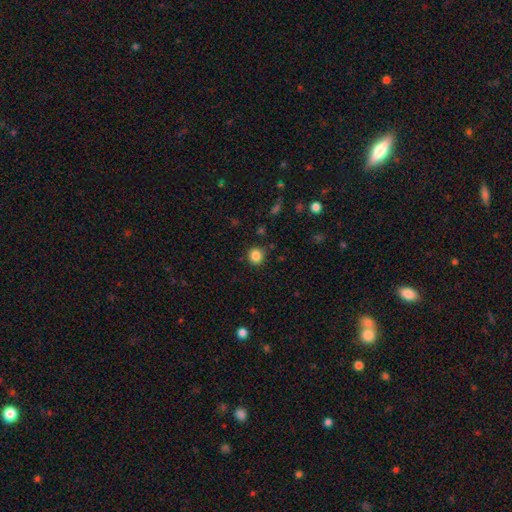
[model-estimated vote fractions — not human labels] Smooth or featured? smooth (85%)
How rounded? round (89%)
Merging? none (87%)